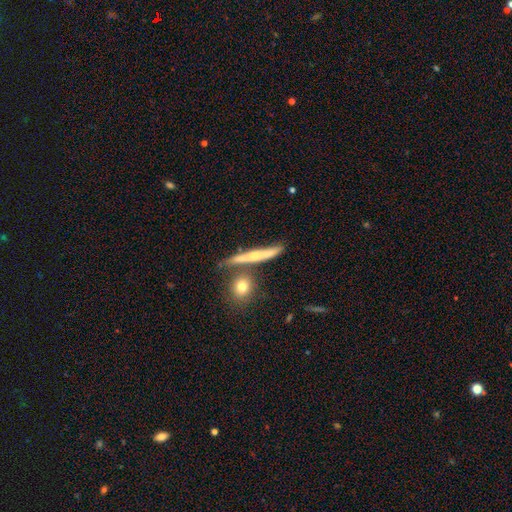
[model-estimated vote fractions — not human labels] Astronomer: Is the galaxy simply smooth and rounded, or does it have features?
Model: featured or disk — 51% (runner-up: smooth, 41%).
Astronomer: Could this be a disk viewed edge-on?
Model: yes — 87%.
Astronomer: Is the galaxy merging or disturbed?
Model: none — 68%.